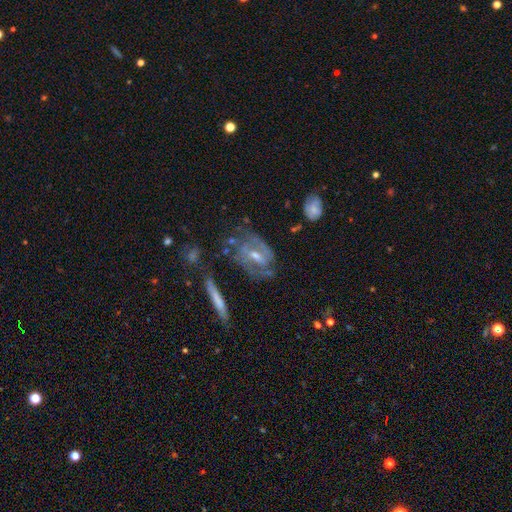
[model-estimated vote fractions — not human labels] smooth-or-featured: featured or disk: 77% | smooth: 14% | star or artifact: 9%
  disk-edge-on: no: 91% | yes: 9%
    bar: weak: 45% | strong: 30% | no: 25%
    has-spiral-arms: yes: 82% | no: 18%
      spiral-winding: medium: 43% | tight: 40% | loose: 17%
      spiral-arm-count: 2: 58% | can't tell: 26% | 3: 7% | 1: 5% | 4: 2% | more than 4: 2%
    bulge-size: moderate: 50% | small: 42% | none: 5% | large: 3% | dominant: 1%
  merging: none: 59% | minor disturbance: 20% | major disturbance: 15% | merger: 5%